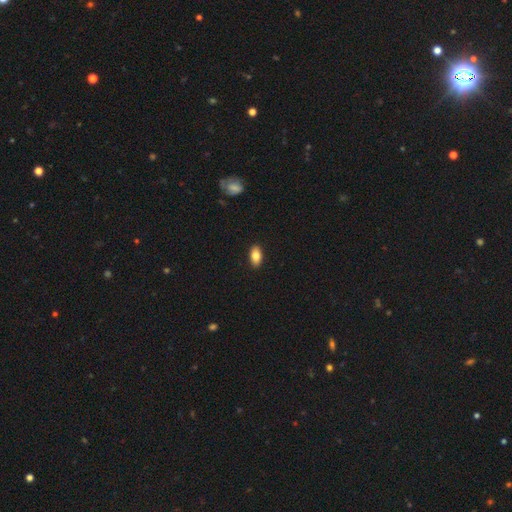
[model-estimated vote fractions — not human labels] Morphology: type=smooth (82%); roundness=in between (91%); merging=none (90%).